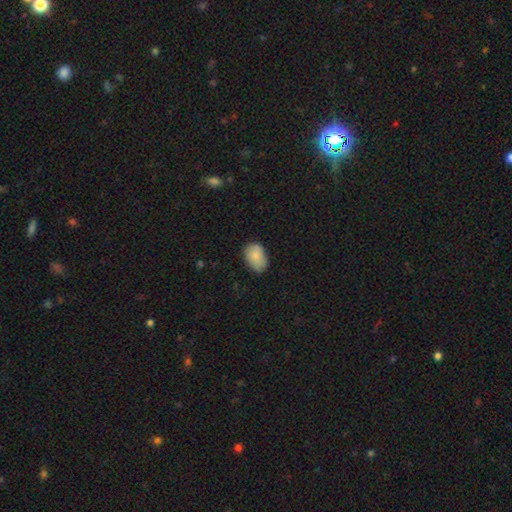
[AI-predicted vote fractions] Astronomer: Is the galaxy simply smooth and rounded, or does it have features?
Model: smooth — 85%.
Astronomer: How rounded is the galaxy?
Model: in between — 86%.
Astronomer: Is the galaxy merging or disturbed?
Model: none — 75%.